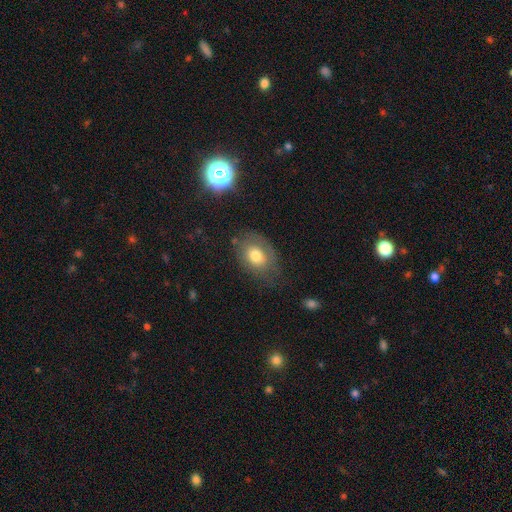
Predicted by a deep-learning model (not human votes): smooth 68%, featured or disk 23%, star or artifact 10%. Down the decision tree: how rounded — in between (73%); merging — none (62%).